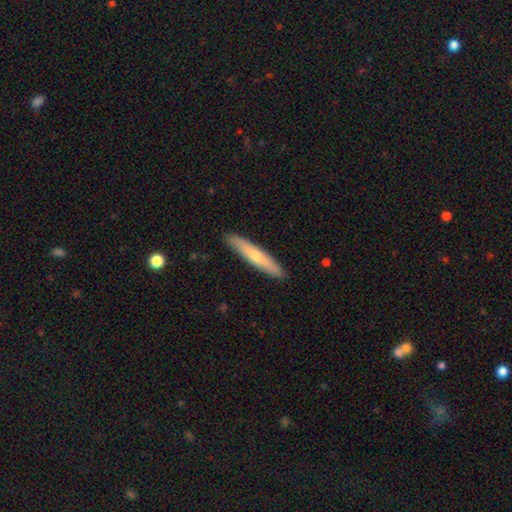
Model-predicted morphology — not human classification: This appears to be a smooth galaxy with no disk features (57%) that is cigar-shaped (90%). Merging: none (90%).